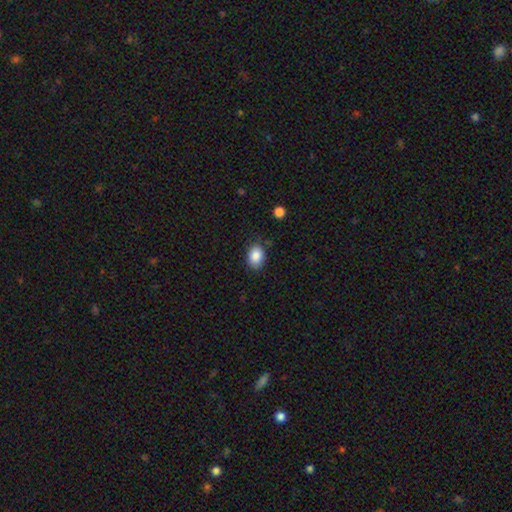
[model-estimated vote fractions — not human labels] Smooth or featured? smooth (86%)
How rounded? in between (71%)
Merging? none (80%)